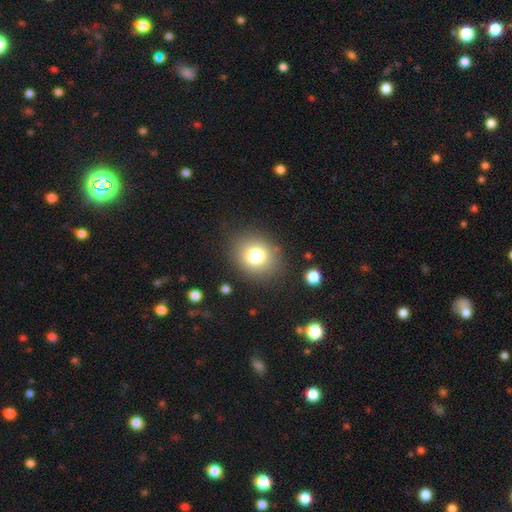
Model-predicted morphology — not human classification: Overall: smooth (77%). How rounded: round (64%; in between 35%). Merging: none (83%).